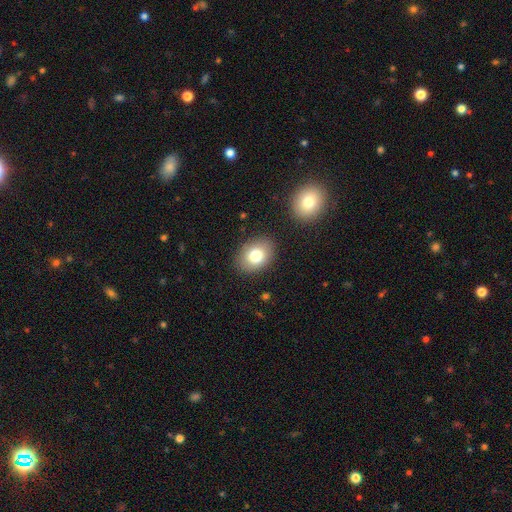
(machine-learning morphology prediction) A smooth galaxy with no disk features (79%) that is in between round and cigar-shaped (67%).

Vote fractions:
- Smooth or featured? smooth: 79% / featured or disk: 12% / star or artifact: 9%
- How rounded? in between: 67% / round: 32% / cigar-shaped: 1%
- Merging? none: 86% / minor disturbance: 9% / major disturbance: 3% / merger: 2%